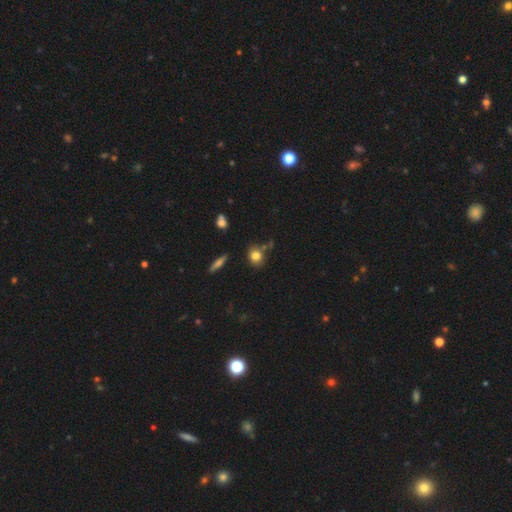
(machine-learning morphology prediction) Smooth or featured?
  - smooth: 80% *
  - star or artifact: 11%
  - featured or disk: 9%
How rounded?
  - round: 67% *
  - in between: 31%
  - cigar-shaped: 2%
Merging?
  - none: 72% *
  - minor disturbance: 15%
  - merger: 9%
  - major disturbance: 4%